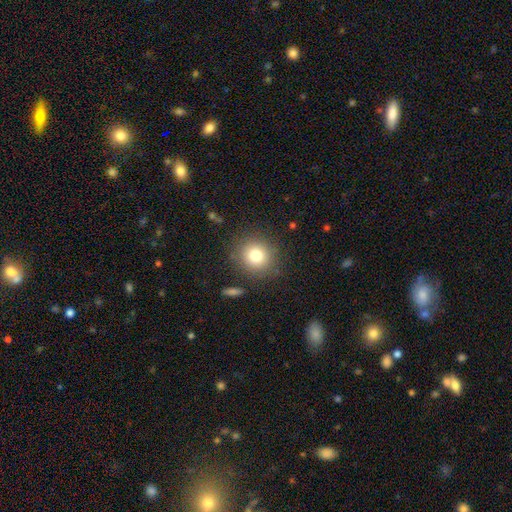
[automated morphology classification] Smooth or featured? smooth (78%)
How rounded? round (90%)
Merging? none (86%)